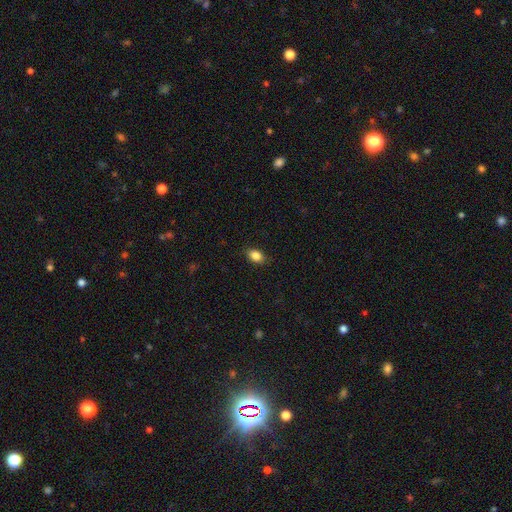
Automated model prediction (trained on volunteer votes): A smooth galaxy with no disk features (86%) that is in between round and cigar-shaped (82%).

Vote fractions:
- Smooth or featured? smooth: 86% / star or artifact: 9% / featured or disk: 5%
- How rounded? in between: 82% / round: 16% / cigar-shaped: 2%
- Merging? none: 86% / minor disturbance: 11% / major disturbance: 2% / merger: 1%